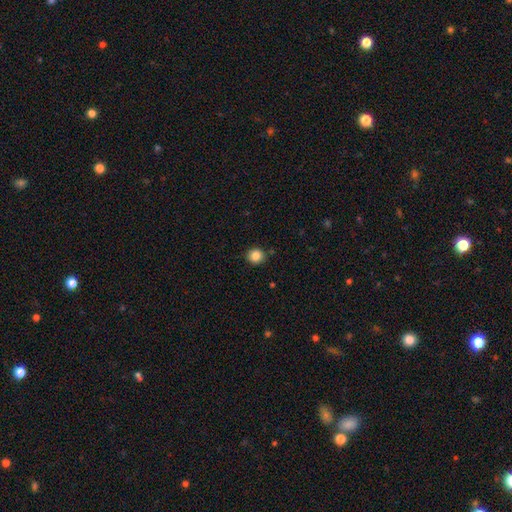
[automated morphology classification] type=smooth (84%); roundness=round (88%); merging=none (88%).